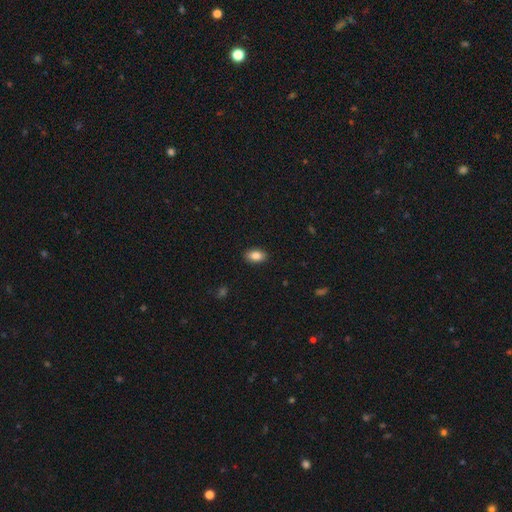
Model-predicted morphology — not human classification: smooth_or_featured: smooth (p=0.86) [alt: star or artifact p=0.08]
how_rounded: in between (p=0.90) [alt: round p=0.08]
merging: none (p=0.89) [alt: minor disturbance p=0.08]